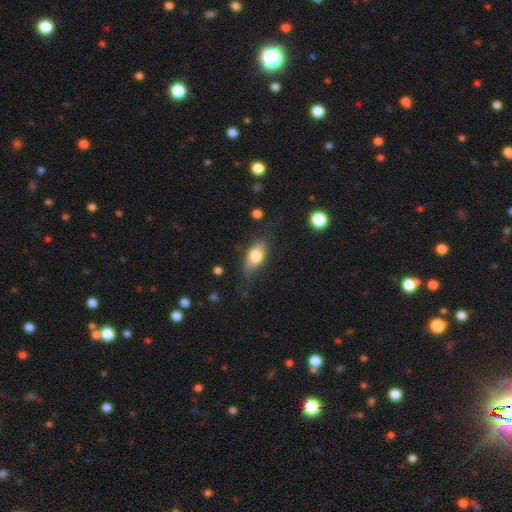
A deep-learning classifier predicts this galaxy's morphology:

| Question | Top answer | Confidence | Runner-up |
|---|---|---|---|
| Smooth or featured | smooth | 72% | featured or disk (21%) |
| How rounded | in between | 84% | cigar-shaped (9%) |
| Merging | none | 63% | minor disturbance (26%) |